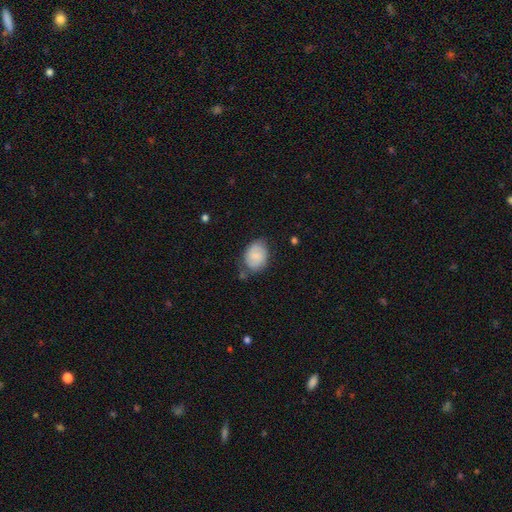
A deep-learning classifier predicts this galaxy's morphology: Overall: smooth (65%; featured or disk 27%). How rounded: in between (69%). Merging: none (64%; minor disturbance 25%).